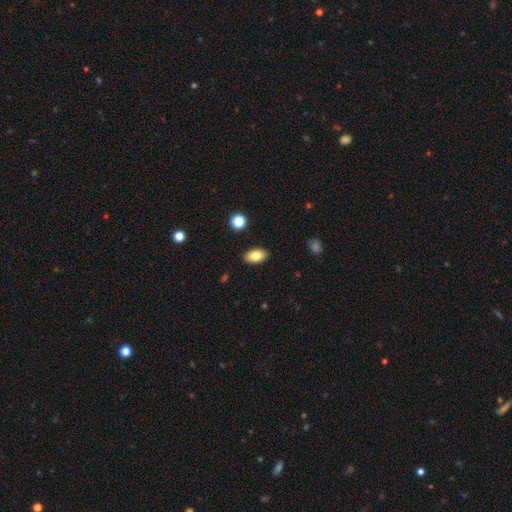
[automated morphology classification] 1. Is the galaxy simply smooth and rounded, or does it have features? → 82% smooth, 10% featured or disk, 8% star or artifact.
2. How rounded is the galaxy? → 92% in between, 6% round, 2% cigar-shaped.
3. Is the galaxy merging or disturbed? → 89% none, 8% minor disturbance, 2% major disturbance, 1% merger.